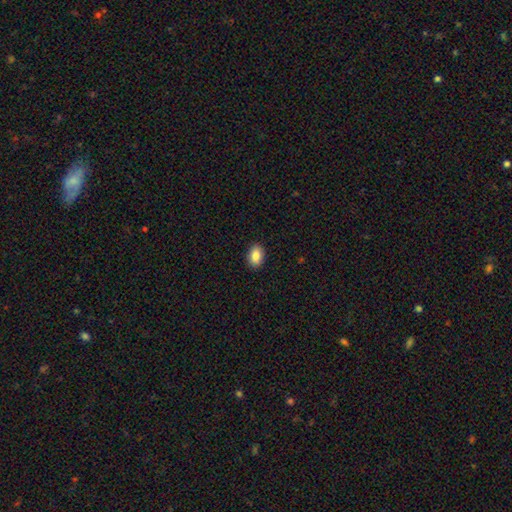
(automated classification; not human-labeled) This is clearly a smooth galaxy (86%). How rounded: clearly in between (82%). Merging: clearly none (90%).